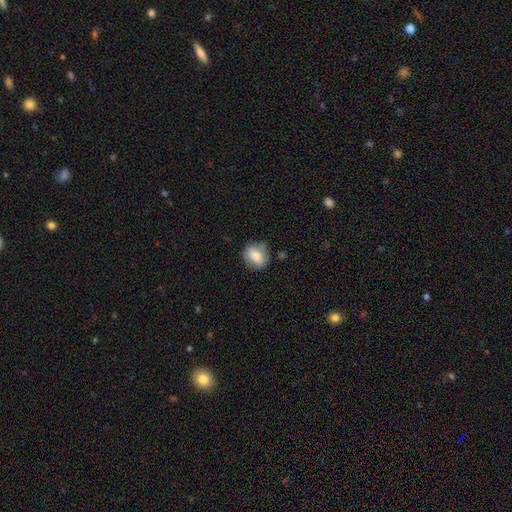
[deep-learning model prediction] Smooth or featured?
  - smooth: 77% *
  - featured or disk: 16%
  - star or artifact: 8%
How rounded?
  - round: 58% *
  - in between: 40%
  - cigar-shaped: 2%
Merging?
  - none: 72% *
  - minor disturbance: 20%
  - major disturbance: 5%
  - merger: 3%